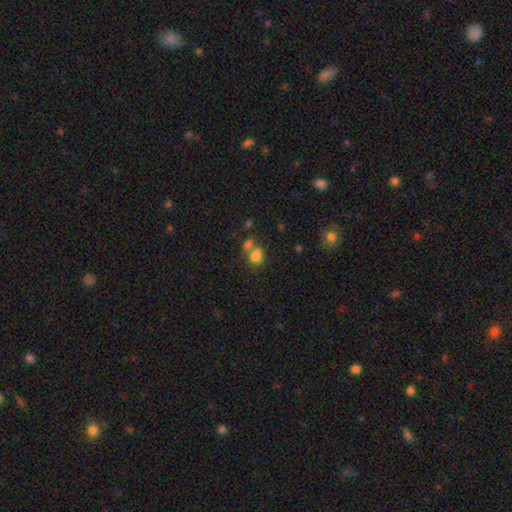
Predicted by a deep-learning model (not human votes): Smooth or featured?
  - smooth: 78% *
  - star or artifact: 13%
  - featured or disk: 9%
How rounded?
  - in between: 52% *
  - round: 47%
  - cigar-shaped: 1%
Merging?
  - merger: 44% *
  - none: 38%
  - minor disturbance: 12%
  - major disturbance: 6%